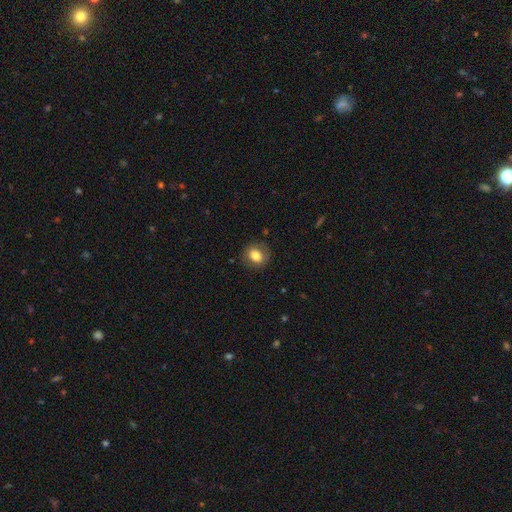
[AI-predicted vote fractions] The model was most divided on "how rounded": round: 65%, in between: 34%, cigar-shaped: 1%. More confident: merging — none (83%); smooth or featured — smooth (77%).